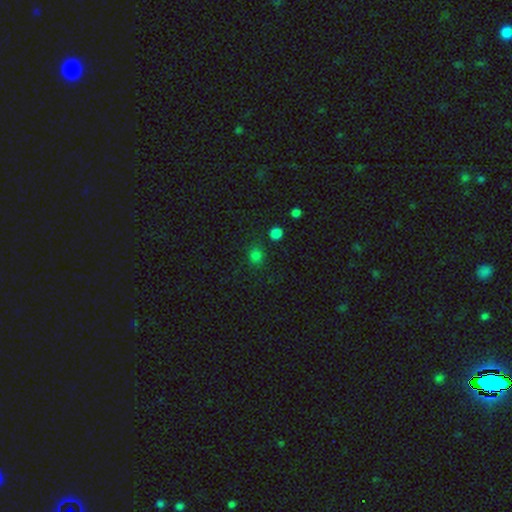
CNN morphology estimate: Smooth or featured?
  - smooth: 77% *
  - star or artifact: 19%
  - featured or disk: 4%
How rounded?
  - round: 81% *
  - in between: 18%
  - cigar-shaped: 1%
Merging?
  - none: 82% *
  - minor disturbance: 11%
  - merger: 4%
  - major disturbance: 4%